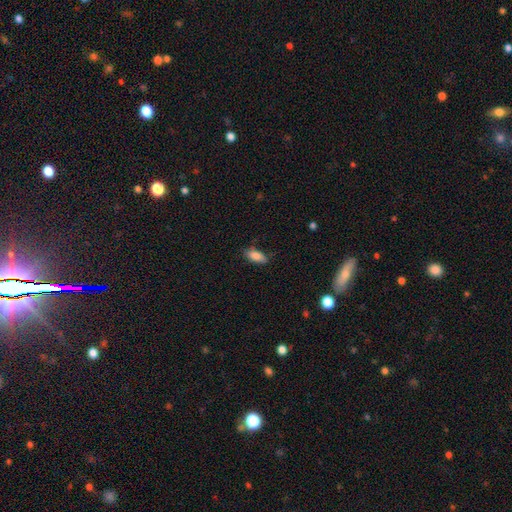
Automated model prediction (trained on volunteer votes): Morphology: type=smooth (85%); roundness=in between (84%); merging=none (79%).